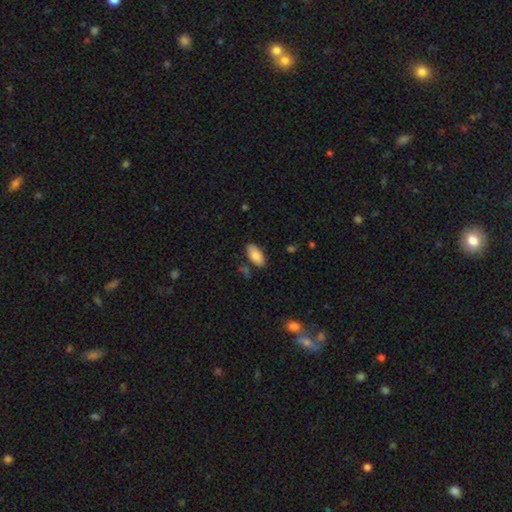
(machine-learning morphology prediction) This appears to be a smooth galaxy with no disk features (85%) that is in between round and cigar-shaped (93%). Merging: none (80%).